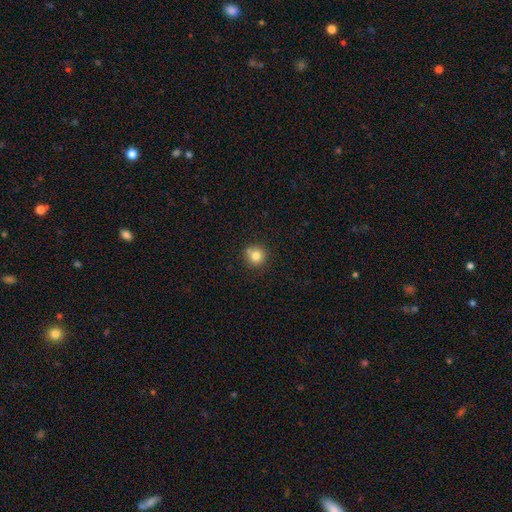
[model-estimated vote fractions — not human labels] Smooth or featured?
  - smooth: 81% *
  - star or artifact: 11%
  - featured or disk: 8%
How rounded?
  - round: 91% *
  - in between: 8%
  - cigar-shaped: 1%
Merging?
  - none: 72% *
  - minor disturbance: 15%
  - merger: 9%
  - major disturbance: 4%